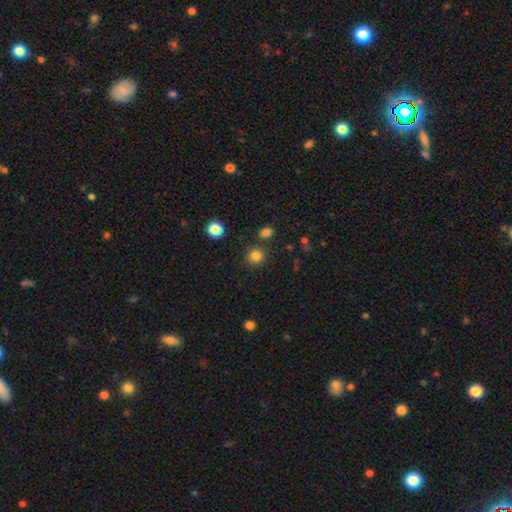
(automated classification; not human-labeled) A smooth galaxy with no disk features (82%) that is round (91%).

Vote fractions:
- Smooth or featured? smooth: 82% / star or artifact: 13% / featured or disk: 4%
- How rounded? round: 91% / in between: 8% / cigar-shaped: 1%
- Merging? none: 86% / minor disturbance: 7% / merger: 5% / major disturbance: 2%